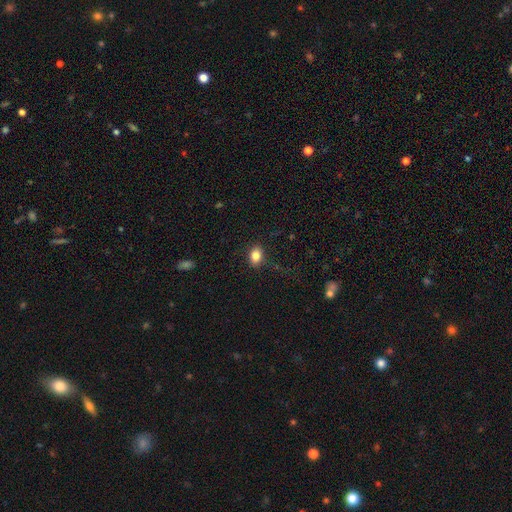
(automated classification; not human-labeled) Smooth or featured: smooth — 83% (star or artifact — 10%)
How rounded: in between — 70% (round — 29%)
Merging: none — 84% (minor disturbance — 12%)